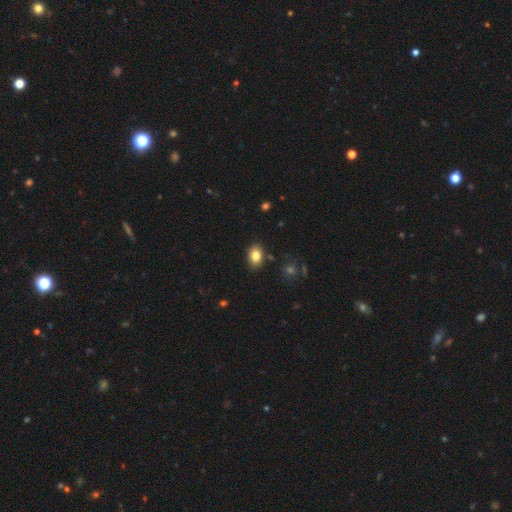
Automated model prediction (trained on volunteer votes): smooth_or_featured: smooth (p=0.84) [alt: star or artifact p=0.09]
how_rounded: in between (p=0.78) [alt: round p=0.21]
merging: none (p=0.86) [alt: minor disturbance p=0.09]